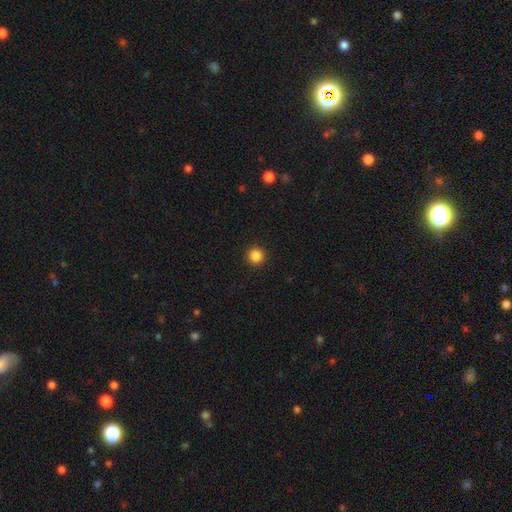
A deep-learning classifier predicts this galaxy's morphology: A smooth galaxy with no disk features (86%) that is round (96%).

Vote fractions:
- Smooth or featured? smooth: 86% / star or artifact: 11% / featured or disk: 3%
- How rounded? round: 96% / in between: 3% / cigar-shaped: 1%
- Merging? none: 93% / minor disturbance: 4% / major disturbance: 2% / merger: 1%